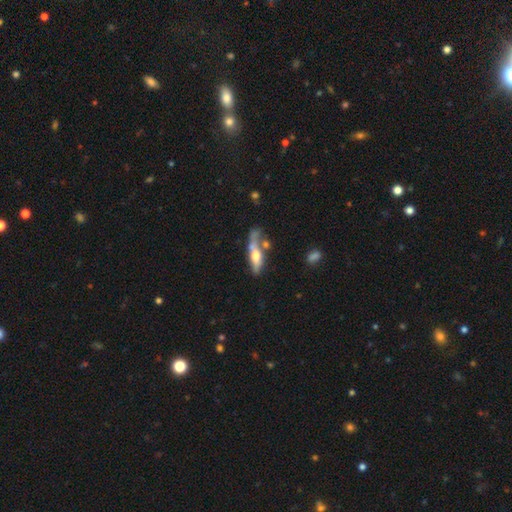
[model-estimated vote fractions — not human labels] Smooth or featured: smooth — 47% (featured or disk — 45%)
Merging: none — 33% (merger — 27%)